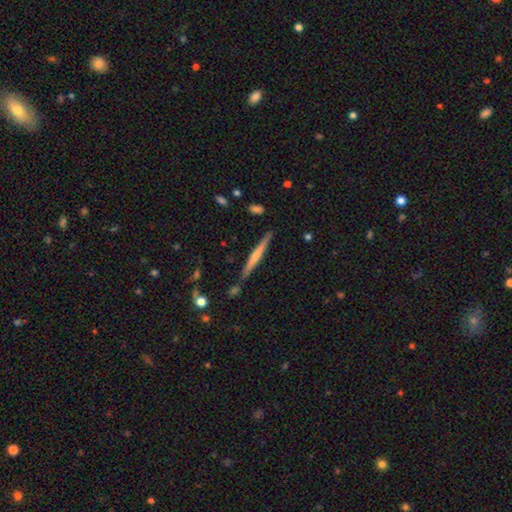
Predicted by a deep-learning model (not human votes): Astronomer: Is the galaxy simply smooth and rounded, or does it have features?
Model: featured or disk — 49% (runner-up: smooth, 45%).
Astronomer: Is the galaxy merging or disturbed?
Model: none — 84%.